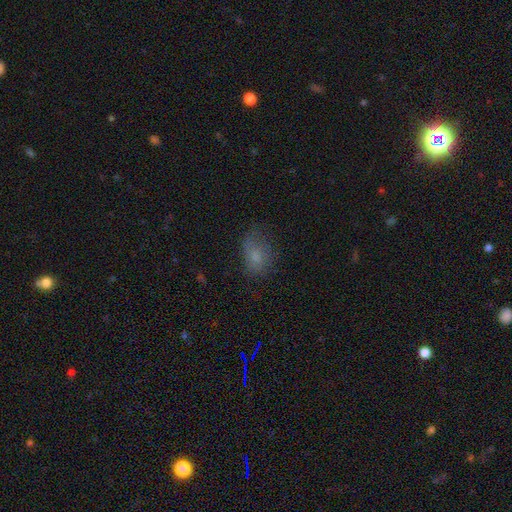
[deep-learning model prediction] A smooth galaxy with no disk features (70%) that is in between round and cigar-shaped (78%). Merging: none (53%).